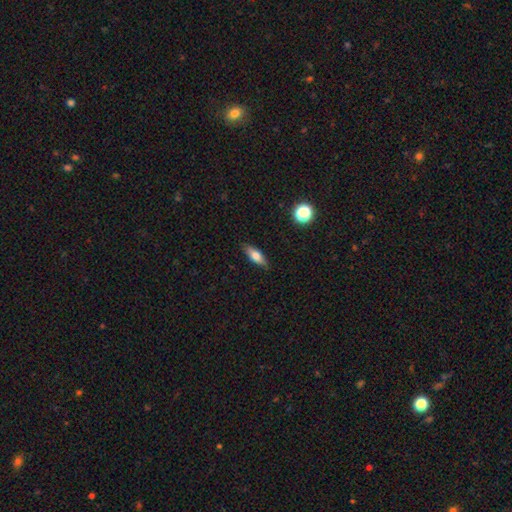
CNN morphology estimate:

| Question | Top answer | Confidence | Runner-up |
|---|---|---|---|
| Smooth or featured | smooth | 67% | featured or disk (25%) |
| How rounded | in between | 61% | cigar-shaped (35%) |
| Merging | none | 86% | minor disturbance (11%) |